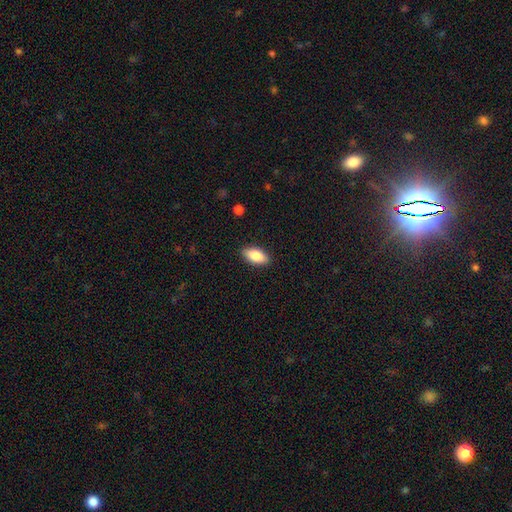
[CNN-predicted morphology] Smooth or featured?
  - smooth: 84% *
  - featured or disk: 9%
  - star or artifact: 7%
How rounded?
  - in between: 90% *
  - cigar-shaped: 7%
  - round: 3%
Merging?
  - none: 89% *
  - minor disturbance: 8%
  - major disturbance: 2%
  - merger: 1%